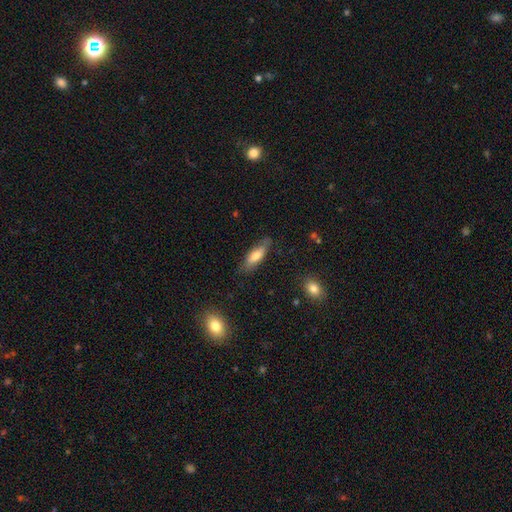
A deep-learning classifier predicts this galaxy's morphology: A smooth galaxy with no disk features (70%) that is in between round and cigar-shaped (51%). Merging: none (77%).